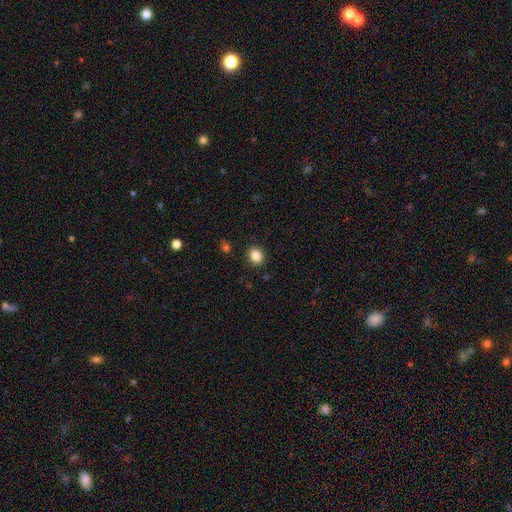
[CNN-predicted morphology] A smooth galaxy with no disk features (85%) that is in between round and cigar-shaped (52%). Merging: none (89%).